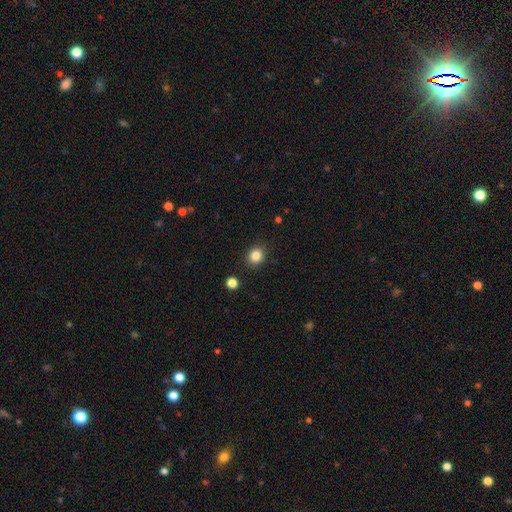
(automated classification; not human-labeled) Smooth or featured?
  - smooth: 85% *
  - star or artifact: 11%
  - featured or disk: 5%
How rounded?
  - round: 70% *
  - in between: 29%
  - cigar-shaped: 1%
Merging?
  - none: 89% *
  - minor disturbance: 8%
  - major disturbance: 2%
  - merger: 2%